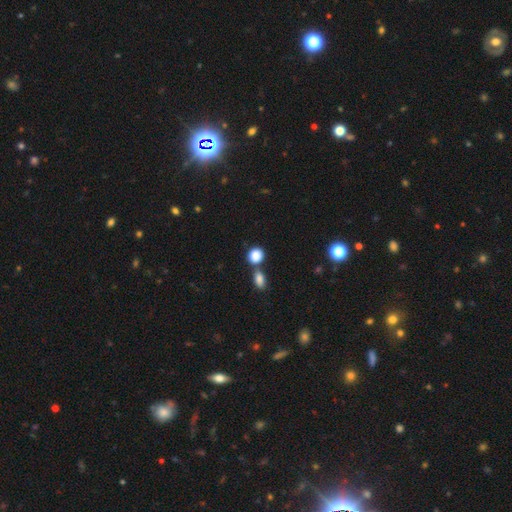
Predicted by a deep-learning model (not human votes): Smooth or featured: smooth — 86% (star or artifact — 9%)
How rounded: round — 71% (in between — 28%)
Merging: none — 52% (merger — 34%)